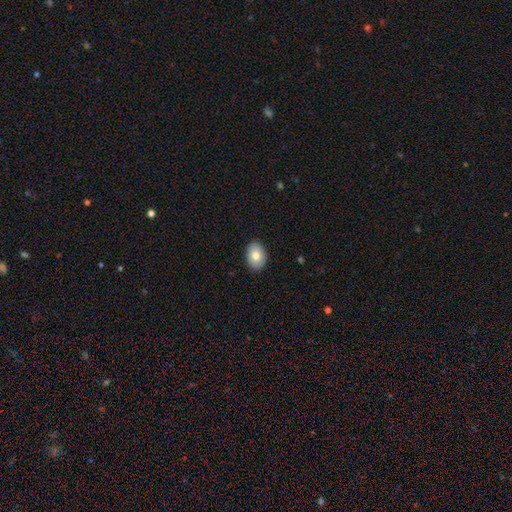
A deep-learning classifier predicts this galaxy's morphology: smooth_or_featured: smooth (p=0.78) [alt: featured or disk p=0.15]
how_rounded: in between (p=0.77) [alt: round p=0.22]
merging: none (p=0.89) [alt: minor disturbance p=0.08]